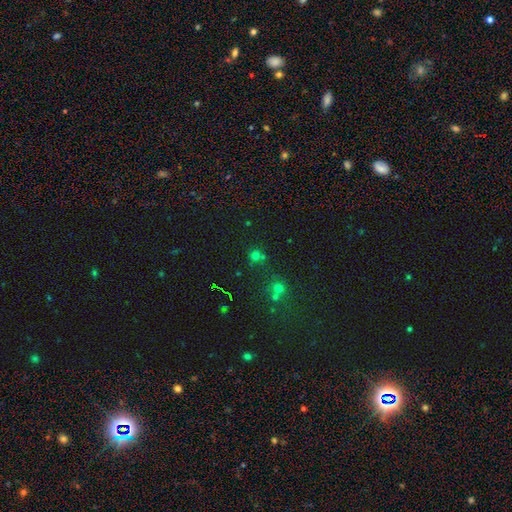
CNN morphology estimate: Q: Smooth or featured?
A: smooth (59%); runner-up: star or artifact (33%)
Q: How rounded?
A: round (89%); runner-up: in between (9%)
Q: Merging?
A: none (67%); runner-up: merger (20%)